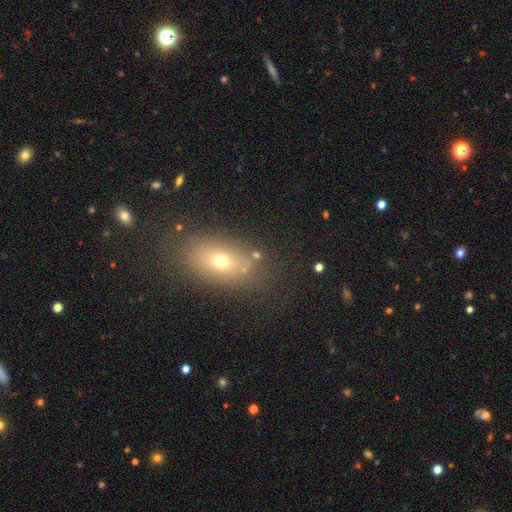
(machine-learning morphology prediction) smooth_or_featured: smooth (p=0.65) [alt: star or artifact p=0.18]
how_rounded: in between (p=0.74) [alt: round p=0.22]
merging: none (p=0.75) [alt: minor disturbance p=0.13]